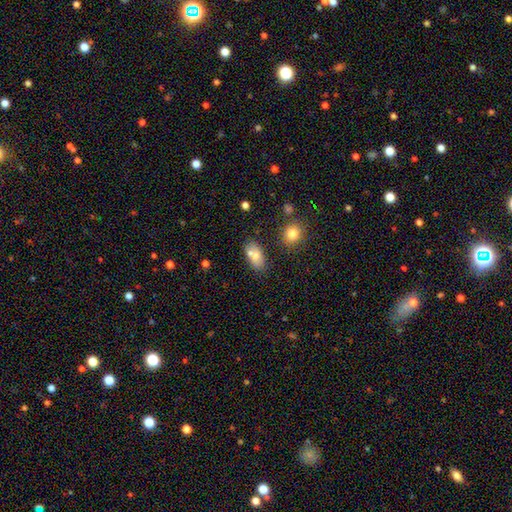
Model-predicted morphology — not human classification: smooth-or-featured: smooth: 71% | featured or disk: 19% | star or artifact: 10%
  how-rounded: in between: 85% | round: 11% | cigar-shaped: 4%
  merging: none: 51% | merger: 32% | minor disturbance: 13% | major disturbance: 4%